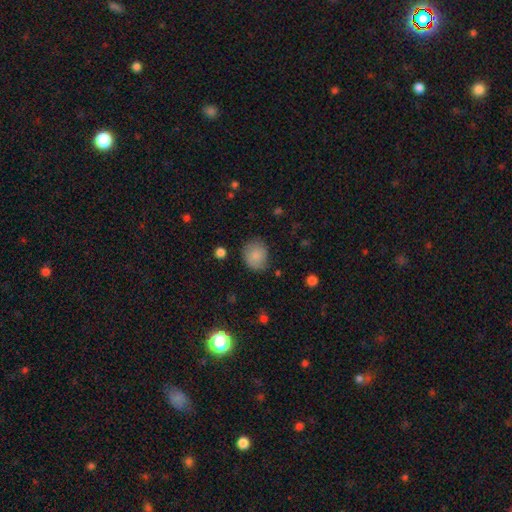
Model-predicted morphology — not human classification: smooth_or_featured: smooth (p=0.84) [alt: featured or disk p=0.08]
how_rounded: round (p=0.74) [alt: in between p=0.25]
merging: none (p=0.75) [alt: minor disturbance p=0.19]